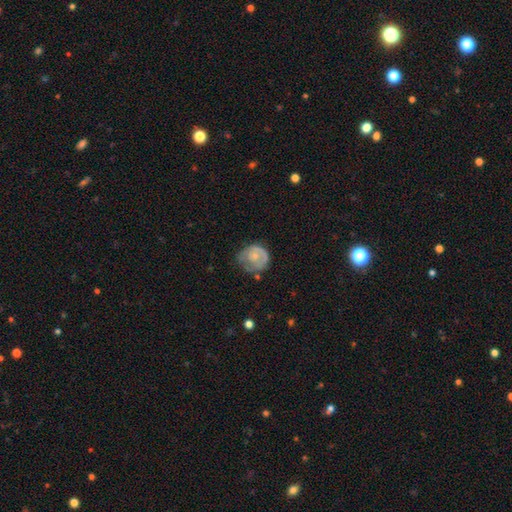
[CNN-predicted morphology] This is possibly a smooth galaxy (51%). How rounded: likely round (76%). Merging: marginally none (43%).